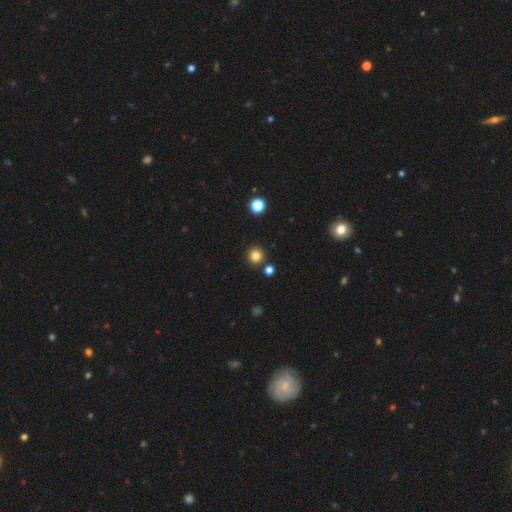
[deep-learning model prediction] Smooth or featured: smooth — 82% (star or artifact — 13%)
How rounded: round — 95% (in between — 4%)
Merging: none — 88% (minor disturbance — 6%)